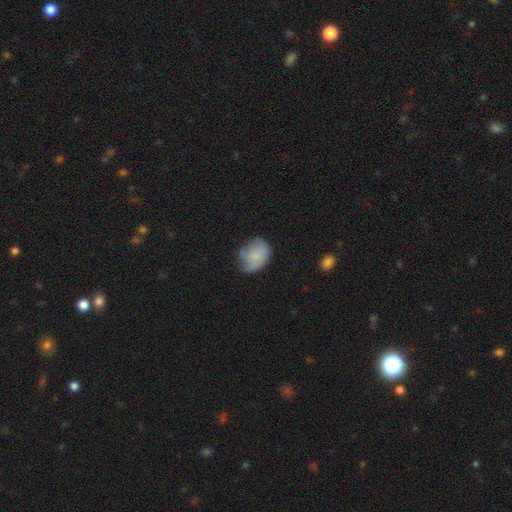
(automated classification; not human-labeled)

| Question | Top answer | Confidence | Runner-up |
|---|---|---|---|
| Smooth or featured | smooth | 61% | featured or disk (31%) |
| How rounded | in between | 62% | round (37%) |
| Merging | none | 48% | minor disturbance (35%) |